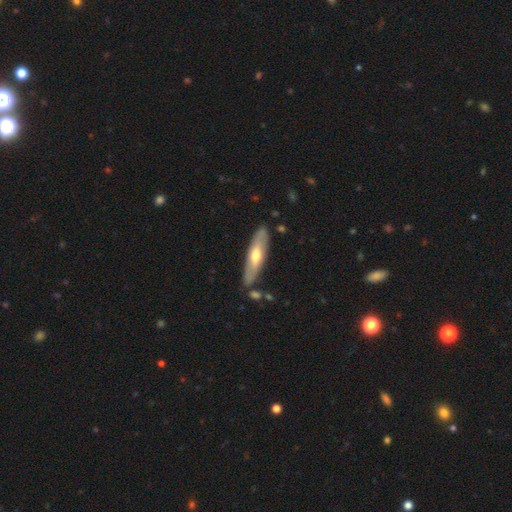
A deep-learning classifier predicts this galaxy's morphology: A featured or disk galaxy (53%) viewed edge-on (61%). Merging: none (82%).